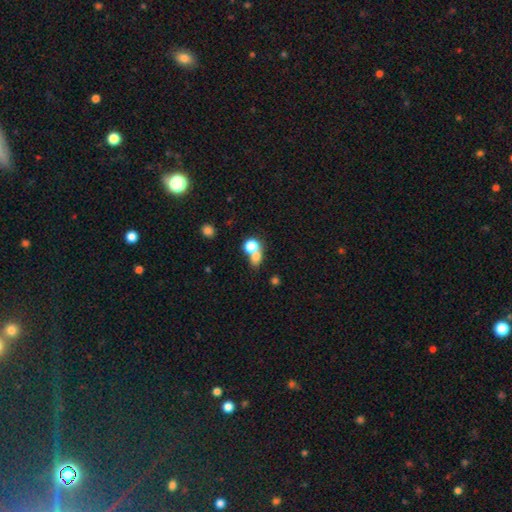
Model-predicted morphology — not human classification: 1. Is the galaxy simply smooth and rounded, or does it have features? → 73% smooth, 15% star or artifact, 12% featured or disk.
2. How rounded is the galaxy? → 63% round, 35% in between, 2% cigar-shaped.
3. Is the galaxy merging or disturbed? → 52% merger, 35% none, 7% minor disturbance, 5% major disturbance.